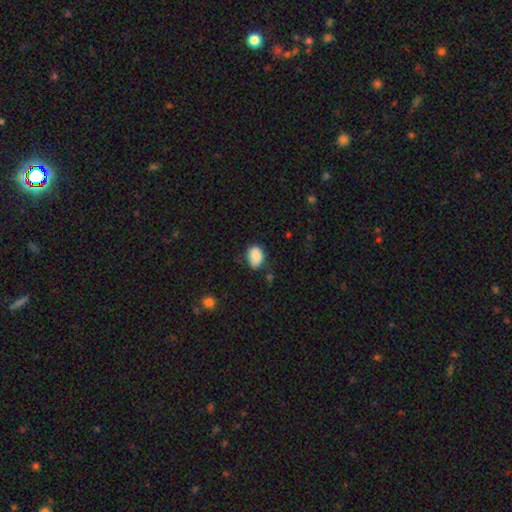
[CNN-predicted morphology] The model was most divided on "merging": none: 62%, minor disturbance: 29%, major disturbance: 6%, merger: 3%. More confident: smooth or featured — smooth (87%); how rounded — in between (78%).